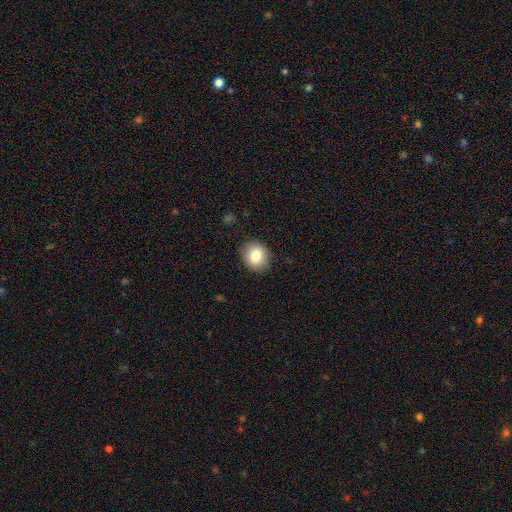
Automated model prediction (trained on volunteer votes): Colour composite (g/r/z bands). It shows a smooth galaxy with no disk features (82%) that is round (70%). Merging: none (88%).